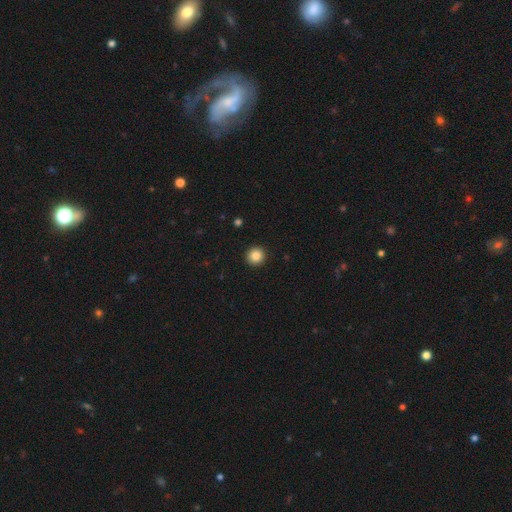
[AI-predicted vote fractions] This is clearly a smooth galaxy (86%). How rounded: clearly round (95%). Merging: clearly none (93%).